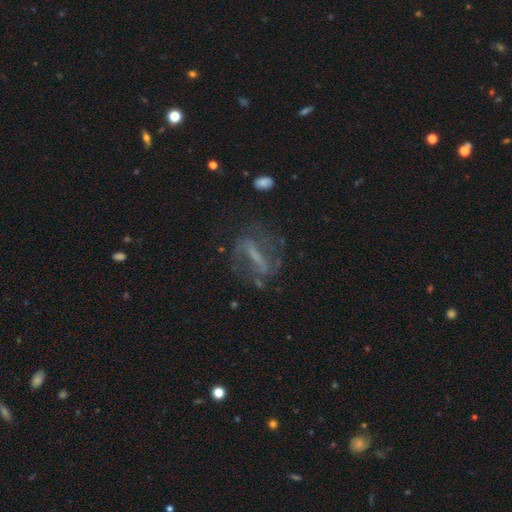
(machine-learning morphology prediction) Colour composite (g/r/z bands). It shows a featured or disk galaxy (67%) with a strong bar (68%), spiral arms (63%) and no central bulge (49%). Merging: none (62%).